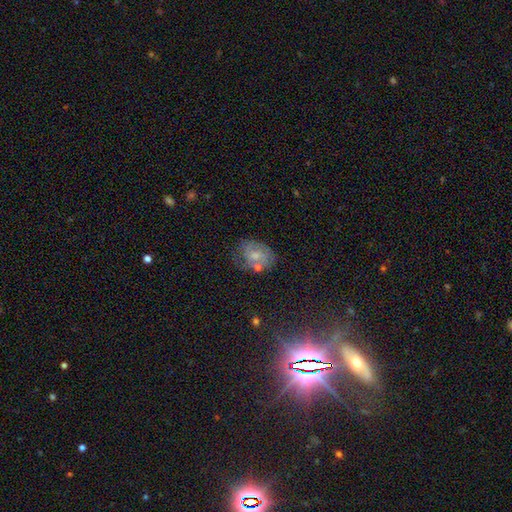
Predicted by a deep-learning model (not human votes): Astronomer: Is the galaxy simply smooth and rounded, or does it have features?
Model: featured or disk — 45% (runner-up: smooth, 44%).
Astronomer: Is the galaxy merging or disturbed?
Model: none — 52%.